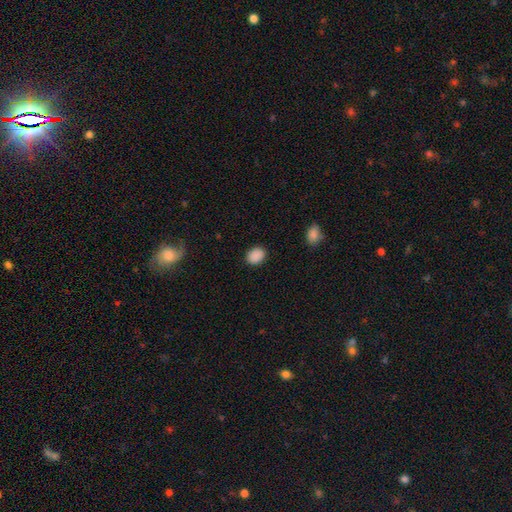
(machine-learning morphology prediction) This appears to be a smooth galaxy with no disk features (89%) that is in between round and cigar-shaped (56%). Merging: none (88%).